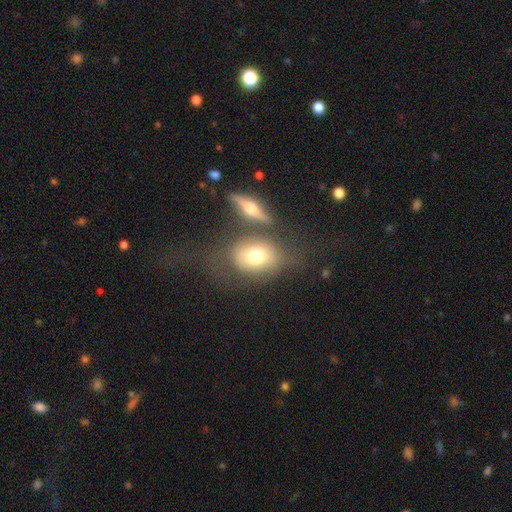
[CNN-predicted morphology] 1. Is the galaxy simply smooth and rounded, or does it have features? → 63% smooth, 28% featured or disk, 8% star or artifact.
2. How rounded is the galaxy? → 58% in between, 39% round, 3% cigar-shaped.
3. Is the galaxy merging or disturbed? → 53% none, 21% merger, 16% minor disturbance, 10% major disturbance.